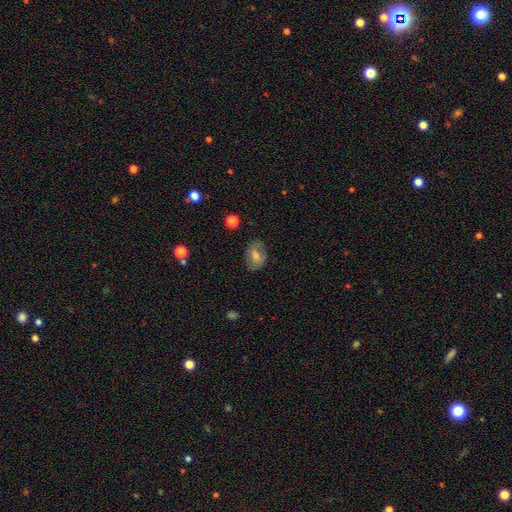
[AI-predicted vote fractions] Smooth or featured? Predicted: smooth (p=0.56). How rounded? Predicted: in between (p=0.73). Merging? Predicted: none (p=0.79).